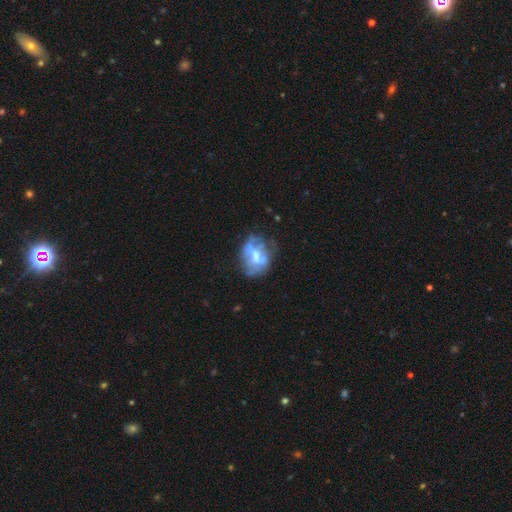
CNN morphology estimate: Smooth or featured? featured or disk (63%)
Edge-on disk? no (97%)
Bar? no (45%)
Spiral arms? no (64%)
Bulge size? moderate (53%)
Merging? none (49%)